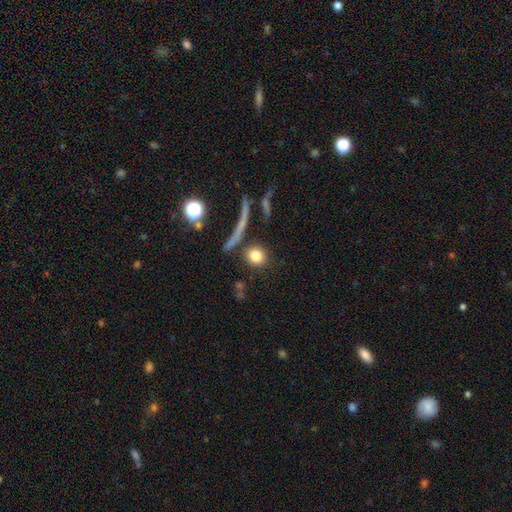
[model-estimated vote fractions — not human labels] Smooth or featured? Predicted: smooth (p=0.80). How rounded? Predicted: round (p=0.81). Merging? Predicted: none (p=0.80).